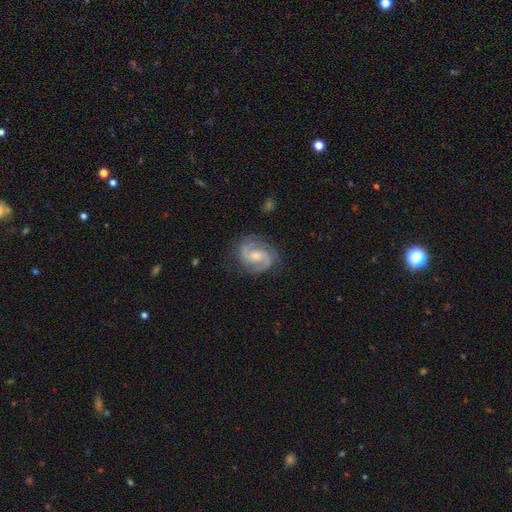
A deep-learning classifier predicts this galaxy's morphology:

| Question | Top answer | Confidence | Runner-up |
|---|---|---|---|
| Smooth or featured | featured or disk | 89% | smooth (6%) |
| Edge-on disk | no | 98% | yes (2%) |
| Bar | weak | 46% | no (45%) |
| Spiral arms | yes | 98% | no (2%) |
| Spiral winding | medium | 56% | tight (27%) |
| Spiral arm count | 2 | 90% | can't tell (3%) |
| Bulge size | small | 46% | moderate (45%) |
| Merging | none | 79% | minor disturbance (15%) |